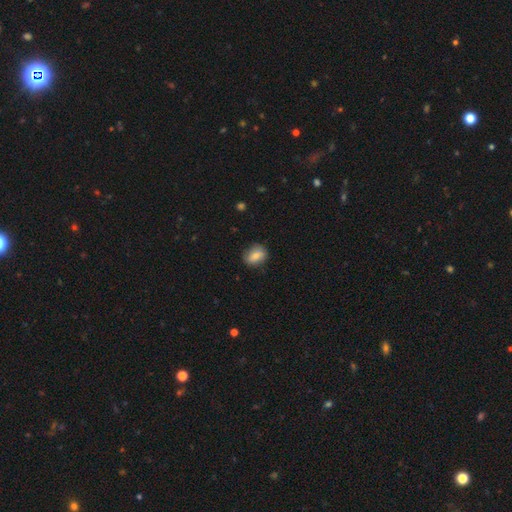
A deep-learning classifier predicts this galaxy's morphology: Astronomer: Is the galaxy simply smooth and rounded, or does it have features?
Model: smooth — 79%.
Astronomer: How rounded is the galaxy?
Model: in between — 61% (runner-up: round, 37%).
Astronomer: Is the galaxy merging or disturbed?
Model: none — 79%.